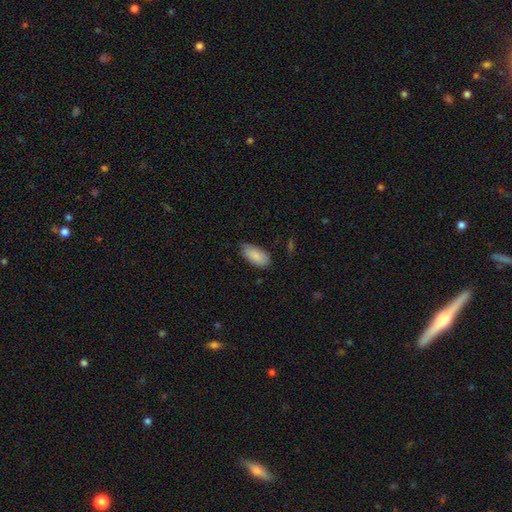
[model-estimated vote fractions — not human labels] Smooth or featured: smooth — 87% (featured or disk — 7%)
How rounded: in between — 92% (cigar-shaped — 6%)
Merging: none — 79% (minor disturbance — 17%)